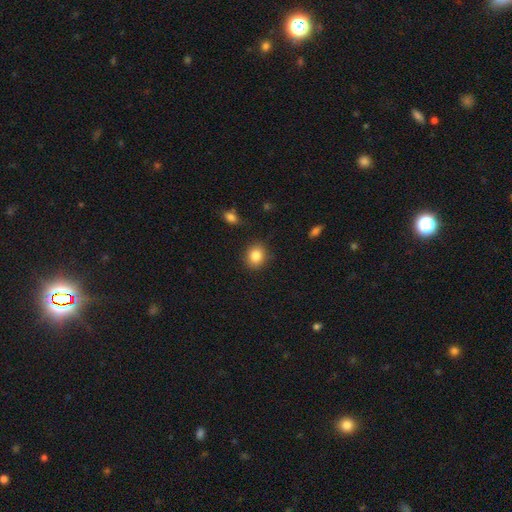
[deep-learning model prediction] This is clearly a smooth galaxy (85%). How rounded: likely round (75%). Merging: clearly none (86%).